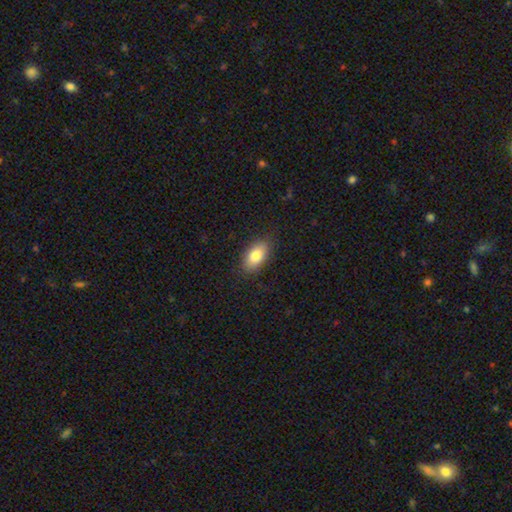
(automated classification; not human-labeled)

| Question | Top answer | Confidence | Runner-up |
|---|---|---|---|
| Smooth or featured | smooth | 82% | featured or disk (11%) |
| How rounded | in between | 91% | round (5%) |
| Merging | none | 86% | minor disturbance (11%) |